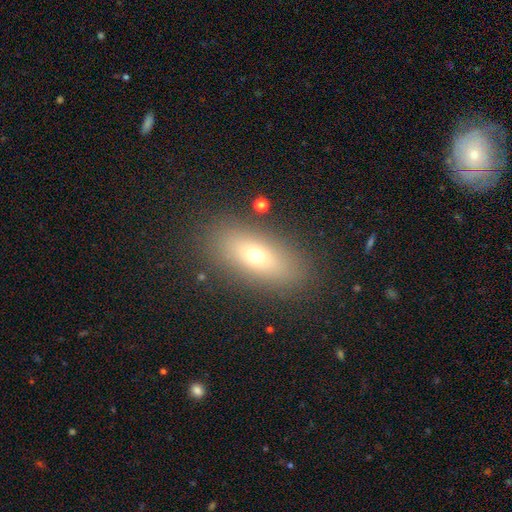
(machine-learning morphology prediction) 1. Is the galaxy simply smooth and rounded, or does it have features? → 63% smooth, 24% featured or disk, 13% star or artifact.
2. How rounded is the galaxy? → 70% in between, 23% cigar-shaped, 6% round.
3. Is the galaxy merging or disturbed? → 86% none, 9% minor disturbance, 4% major disturbance, 2% merger.